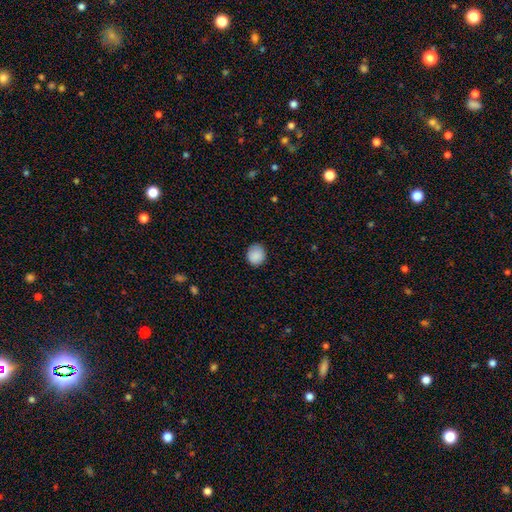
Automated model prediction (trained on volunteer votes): This appears to be a smooth galaxy with no disk features (88%) that is round (75%). Merging: none (84%).